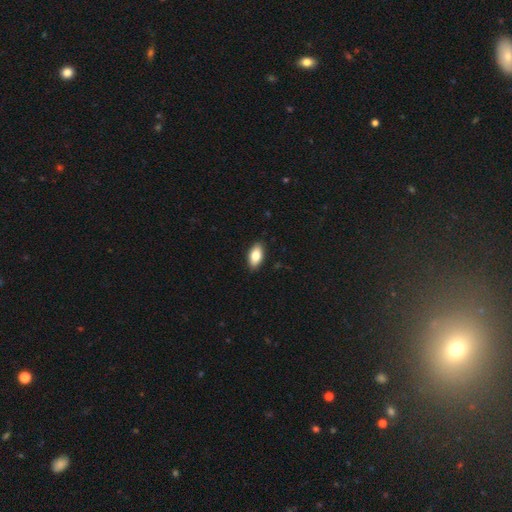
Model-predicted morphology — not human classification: A smooth galaxy with no disk features (82%) that is in between round and cigar-shaped (90%).

Vote fractions:
- Smooth or featured? smooth: 82% / featured or disk: 12% / star or artifact: 7%
- How rounded? in between: 90% / cigar-shaped: 6% / round: 3%
- Merging? none: 89% / minor disturbance: 8% / major disturbance: 2% / merger: 1%